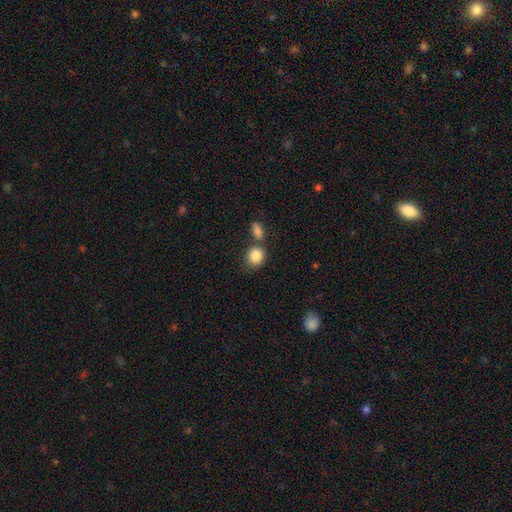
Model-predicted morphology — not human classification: Overall: smooth (85%). How rounded: round (72%). Merging: none (57%; merger 26%).